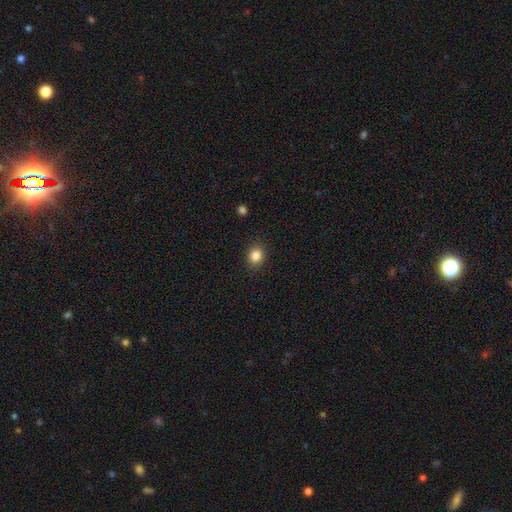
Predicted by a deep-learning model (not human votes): smooth 85%, star or artifact 11%, featured or disk 5%. Down the decision tree: how rounded — round (71%); merging — none (89%).